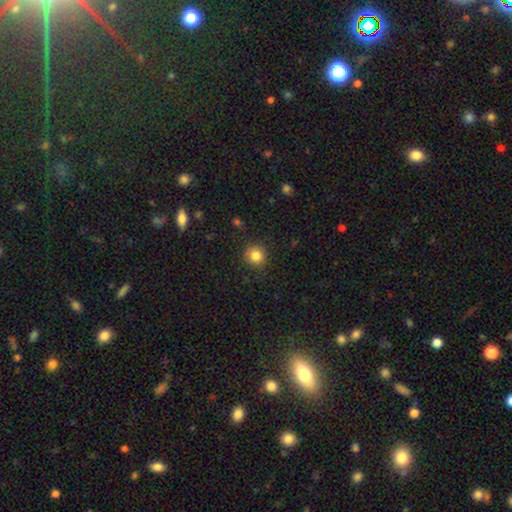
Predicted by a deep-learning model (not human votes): A smooth galaxy with no disk features (84%) that is round (91%).

Vote fractions:
- Smooth or featured? smooth: 84% / star or artifact: 11% / featured or disk: 5%
- How rounded? round: 91% / in between: 8% / cigar-shaped: 1%
- Merging? none: 88% / minor disturbance: 8% / major disturbance: 3% / merger: 1%